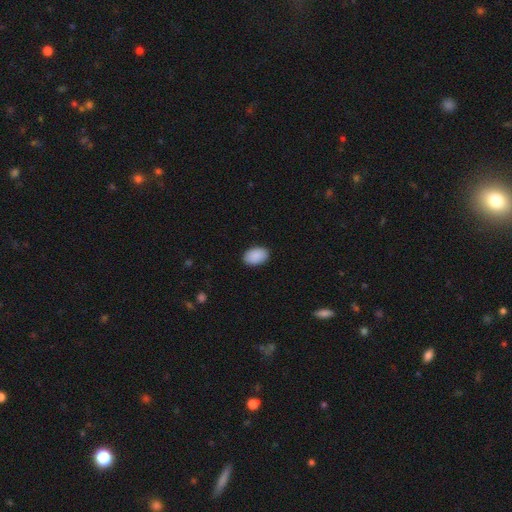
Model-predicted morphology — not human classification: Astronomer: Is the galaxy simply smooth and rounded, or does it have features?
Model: smooth — 91%.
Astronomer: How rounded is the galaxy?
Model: in between — 89%.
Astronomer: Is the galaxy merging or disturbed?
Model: none — 89%.